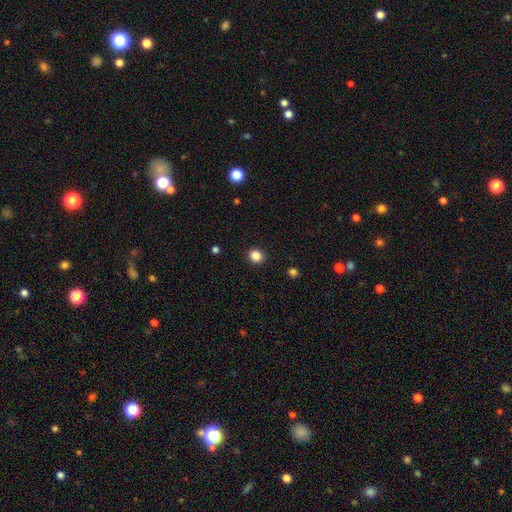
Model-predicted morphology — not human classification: Smooth or featured? Predicted: smooth (p=0.85). How rounded? Predicted: round (p=0.74). Merging? Predicted: none (p=0.91).